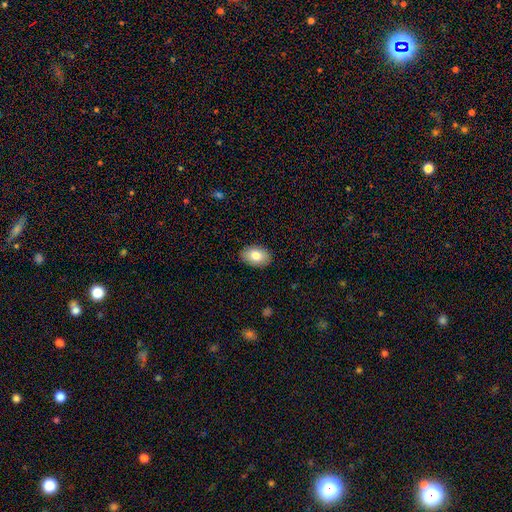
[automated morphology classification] This is clearly a smooth galaxy (80%). How rounded: clearly in between (85%). Merging: clearly none (89%).